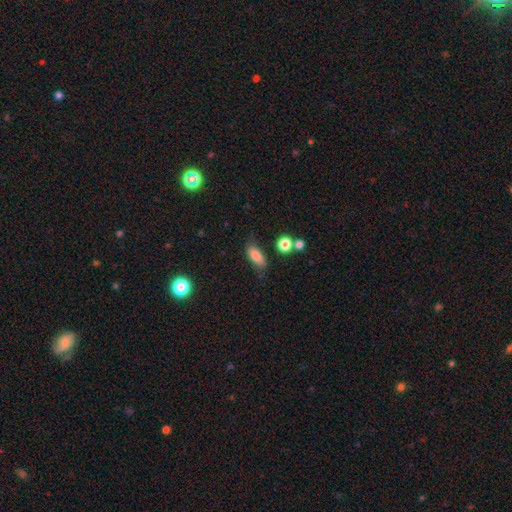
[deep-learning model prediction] Overall: smooth (82%). How rounded: in between (80%). Merging: none (69%).